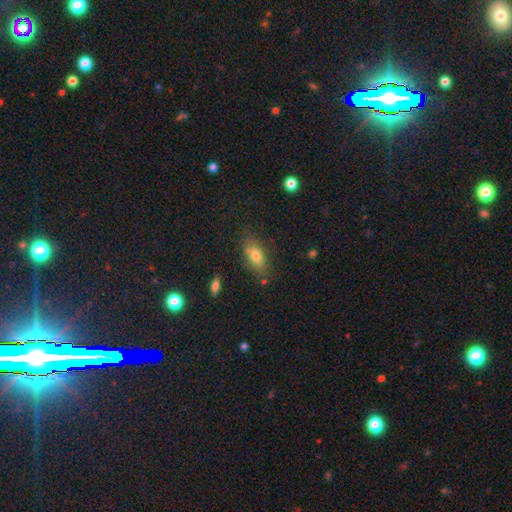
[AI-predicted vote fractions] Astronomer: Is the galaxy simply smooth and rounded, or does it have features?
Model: smooth — 74%.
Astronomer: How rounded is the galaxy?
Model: in between — 82%.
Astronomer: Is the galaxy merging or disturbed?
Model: none — 71%.